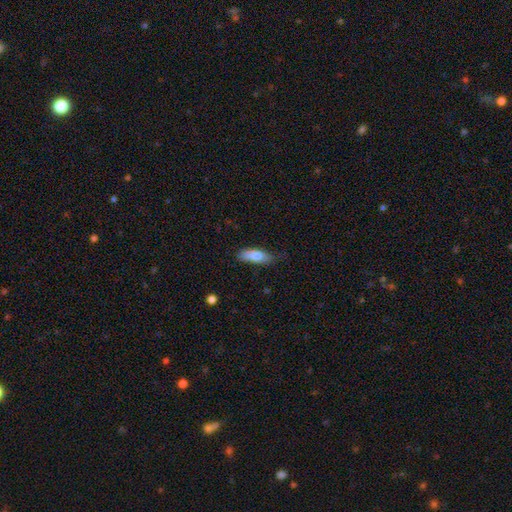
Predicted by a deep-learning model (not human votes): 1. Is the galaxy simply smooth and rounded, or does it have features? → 77% smooth, 16% featured or disk, 6% star or artifact.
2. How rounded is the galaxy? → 64% in between, 33% cigar-shaped, 2% round.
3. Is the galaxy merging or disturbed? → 67% none, 26% minor disturbance, 6% major disturbance, 2% merger.